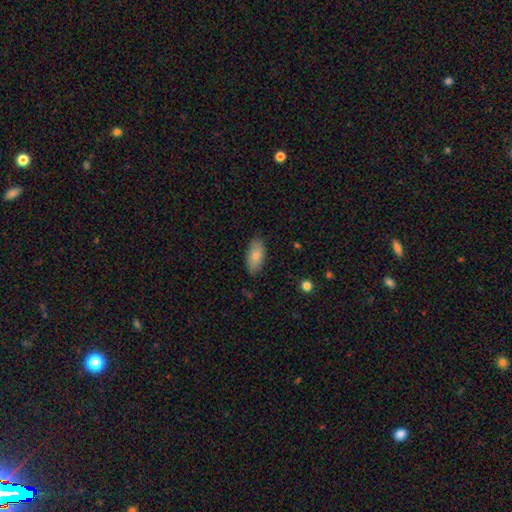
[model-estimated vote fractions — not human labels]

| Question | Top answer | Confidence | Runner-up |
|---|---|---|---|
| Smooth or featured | smooth | 80% | featured or disk (13%) |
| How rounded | in between | 92% | cigar-shaped (5%) |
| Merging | none | 82% | minor disturbance (14%) |